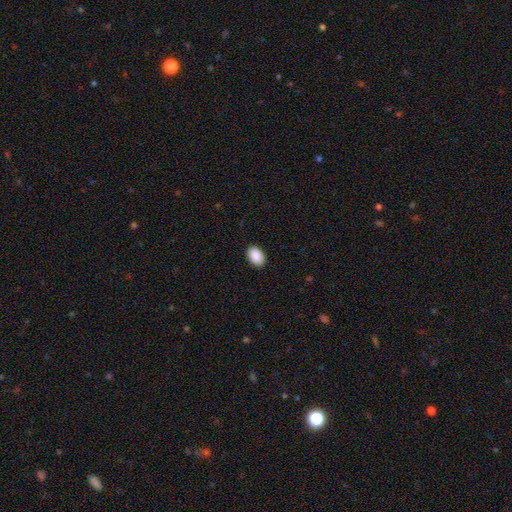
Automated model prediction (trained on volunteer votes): Smooth or featured?
  - smooth: 91% *
  - star or artifact: 7%
  - featured or disk: 2%
How rounded?
  - in between: 89% *
  - round: 10%
  - cigar-shaped: 1%
Merging?
  - none: 90% *
  - minor disturbance: 7%
  - major disturbance: 2%
  - merger: 1%